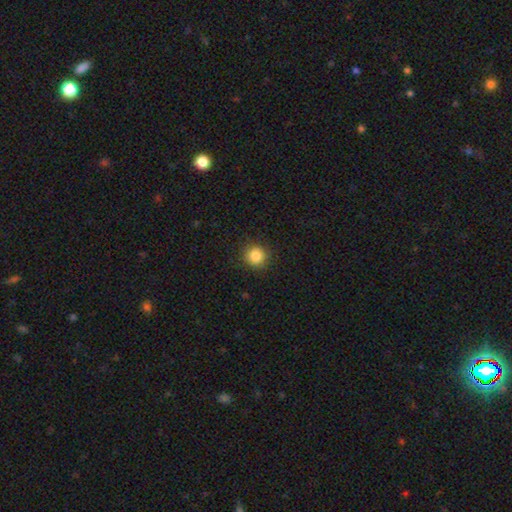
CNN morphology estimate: This is clearly a smooth galaxy (85%). How rounded: clearly round (93%). Merging: clearly none (90%).